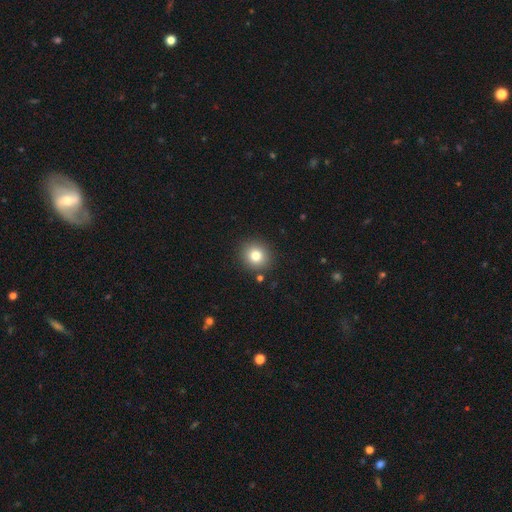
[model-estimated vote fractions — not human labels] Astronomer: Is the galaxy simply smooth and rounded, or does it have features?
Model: smooth — 80%.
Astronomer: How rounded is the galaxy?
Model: round — 87%.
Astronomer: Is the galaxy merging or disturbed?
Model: none — 89%.